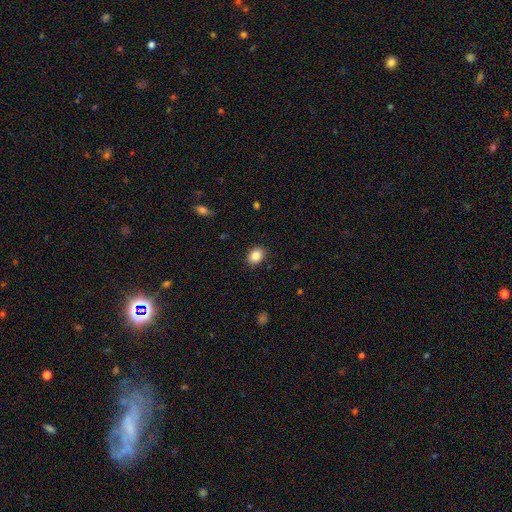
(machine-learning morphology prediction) smooth 86%, star or artifact 9%, featured or disk 5%. Down the decision tree: how rounded — in between (61%); merging — none (89%).